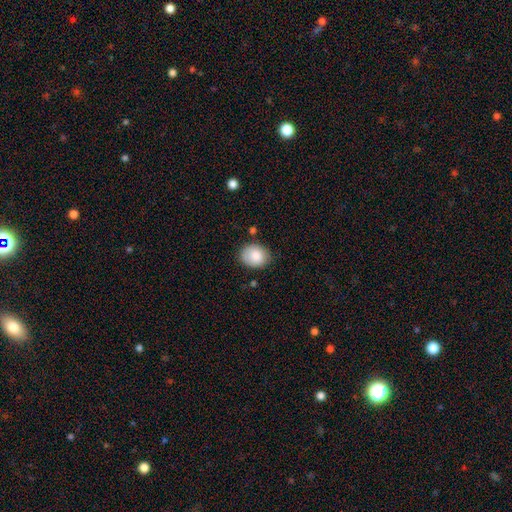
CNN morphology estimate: The model was most divided on "how rounded": round: 50%, in between: 49%, cigar-shaped: 1%. More confident: smooth or featured — smooth (84%); merging — none (74%).